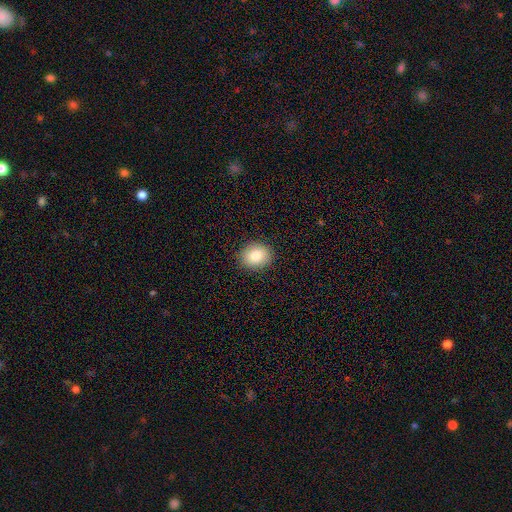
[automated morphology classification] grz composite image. It shows a smooth galaxy with no disk features (83%) that is round (63%). Merging: none (90%).